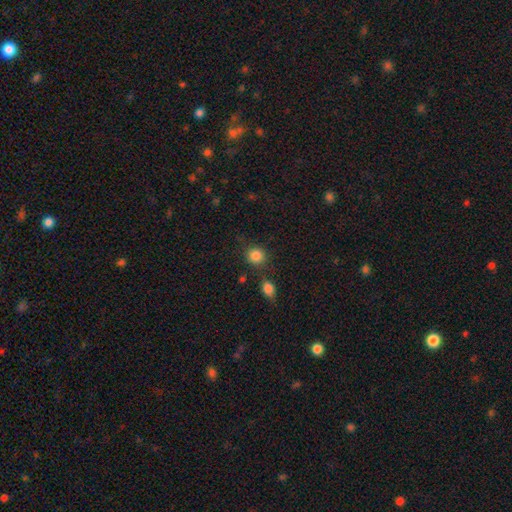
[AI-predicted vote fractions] This appears to be a smooth galaxy with no disk features (85%) that is round (85%). Merging: none (75%).